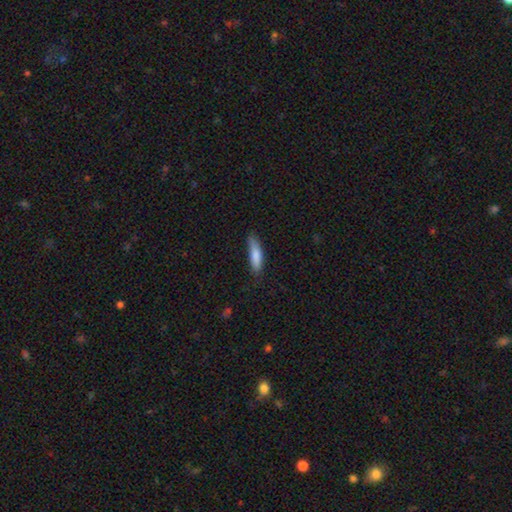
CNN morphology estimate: Smooth or featured?
  - smooth: 82% *
  - featured or disk: 12%
  - star or artifact: 6%
How rounded?
  - cigar-shaped: 66% *
  - in between: 32%
  - round: 2%
Merging?
  - none: 69% *
  - minor disturbance: 25%
  - major disturbance: 5%
  - merger: 2%